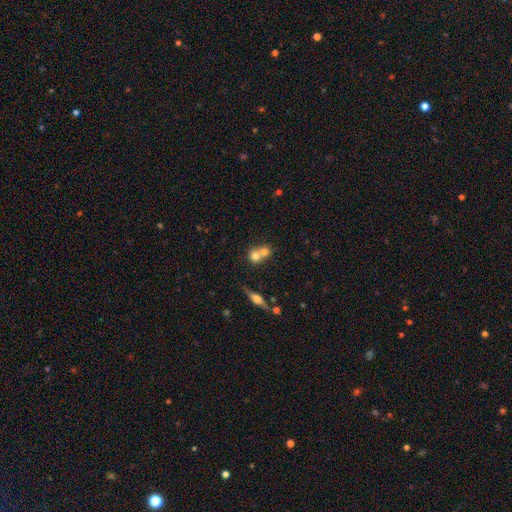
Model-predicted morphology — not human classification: smooth 69%, featured or disk 21%, star or artifact 10%. Down the decision tree: how rounded — round (79%); merging — merger (61%).